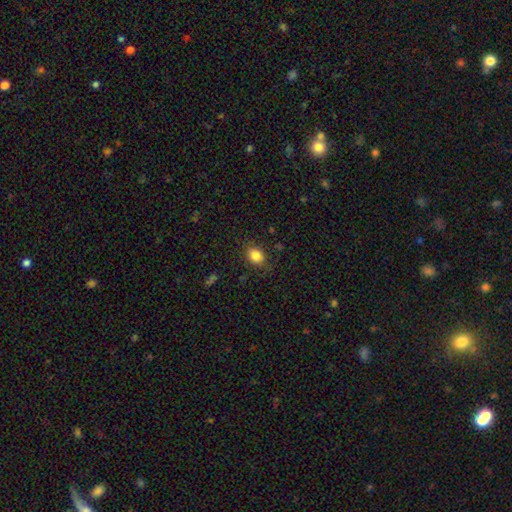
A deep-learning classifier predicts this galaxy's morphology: This is clearly a smooth galaxy (84%). How rounded: possibly in between (59%). Merging: clearly none (82%).